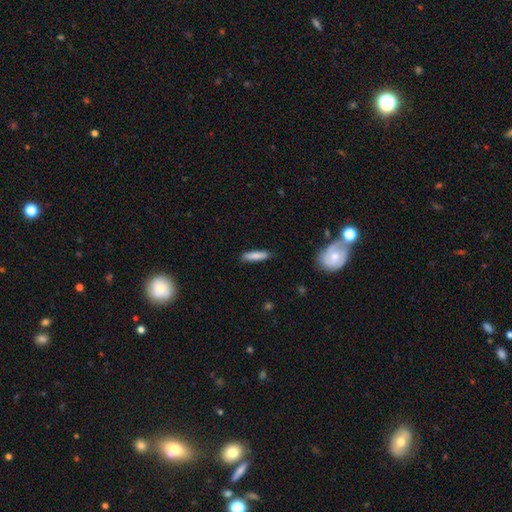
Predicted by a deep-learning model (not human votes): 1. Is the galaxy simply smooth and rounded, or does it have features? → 82% smooth, 11% featured or disk, 6% star or artifact.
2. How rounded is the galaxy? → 78% cigar-shaped, 20% in between, 2% round.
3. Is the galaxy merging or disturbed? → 87% none, 10% minor disturbance, 2% major disturbance, 1% merger.